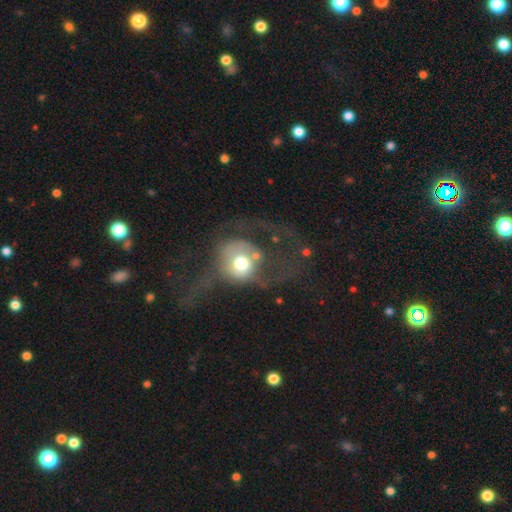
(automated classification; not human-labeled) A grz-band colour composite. It shows a featured or disk galaxy (46%). Merging: major disturbance (63%).